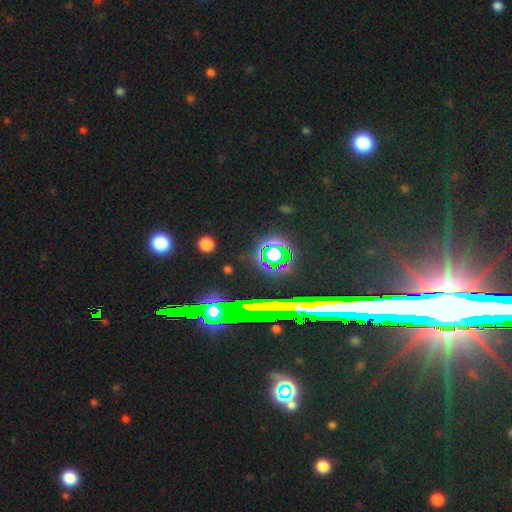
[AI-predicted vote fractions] A star or artifact, not a galaxy (75%).

Vote fractions:
- Smooth or featured? star or artifact: 75% / featured or disk: 16% / smooth: 9%